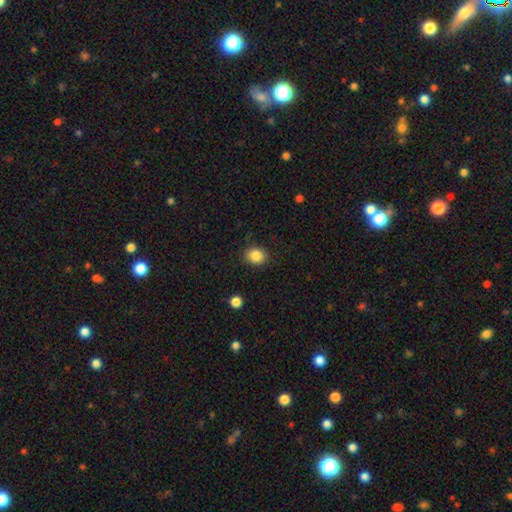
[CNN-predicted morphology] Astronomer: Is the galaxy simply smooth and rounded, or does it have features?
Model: smooth — 86%.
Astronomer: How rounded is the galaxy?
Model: round — 66%.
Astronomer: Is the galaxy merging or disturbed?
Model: none — 86%.